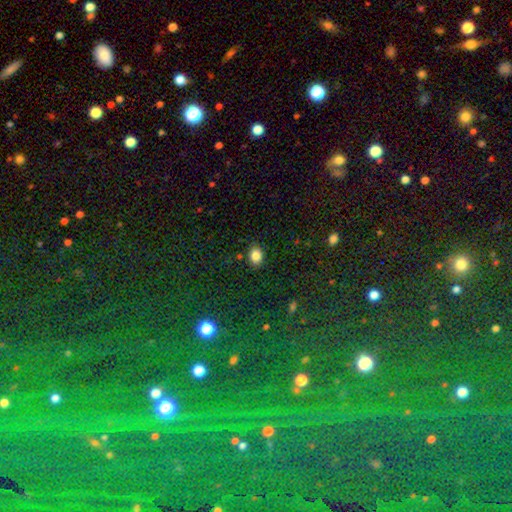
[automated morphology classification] Smooth or featured?
  - smooth: 84% *
  - star or artifact: 10%
  - featured or disk: 5%
How rounded?
  - in between: 61% *
  - round: 38%
  - cigar-shaped: 1%
Merging?
  - none: 85% *
  - minor disturbance: 11%
  - major disturbance: 3%
  - merger: 2%